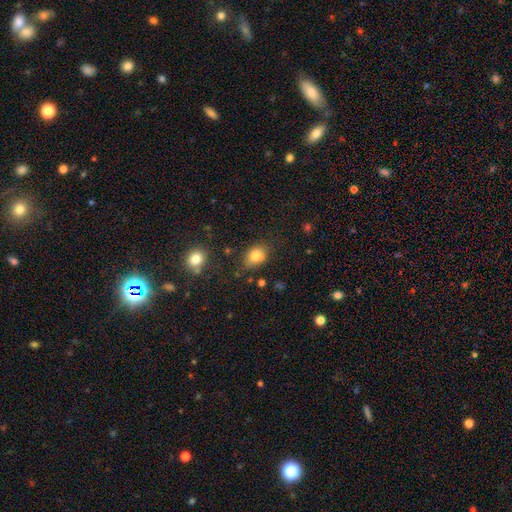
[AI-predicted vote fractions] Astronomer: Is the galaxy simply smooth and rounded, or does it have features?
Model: smooth — 83%.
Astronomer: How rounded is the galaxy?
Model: in between — 68%.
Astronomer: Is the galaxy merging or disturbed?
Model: none — 68%.